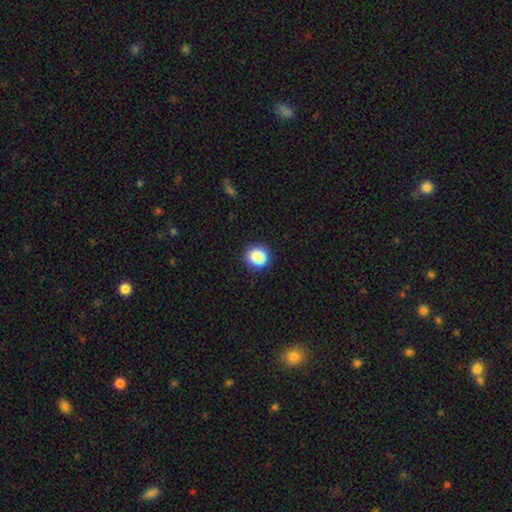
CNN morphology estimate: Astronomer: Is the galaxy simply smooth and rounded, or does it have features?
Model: smooth — 85%.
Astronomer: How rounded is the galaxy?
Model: round — 82%.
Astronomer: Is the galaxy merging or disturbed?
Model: none — 90%.